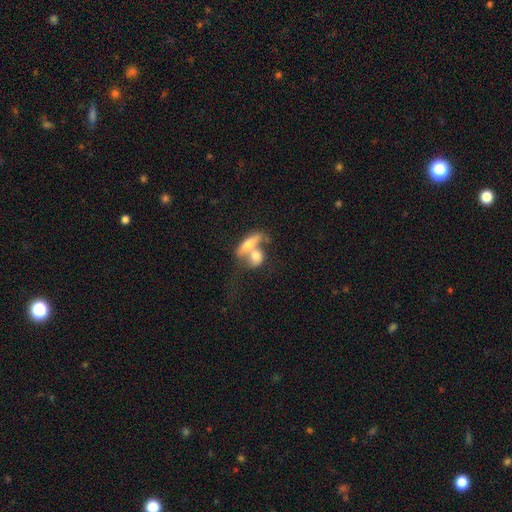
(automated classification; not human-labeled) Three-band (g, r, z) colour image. It shows a smooth galaxy with no disk features (60%) that is in between round and cigar-shaped (65%). Merging: merger (72%).